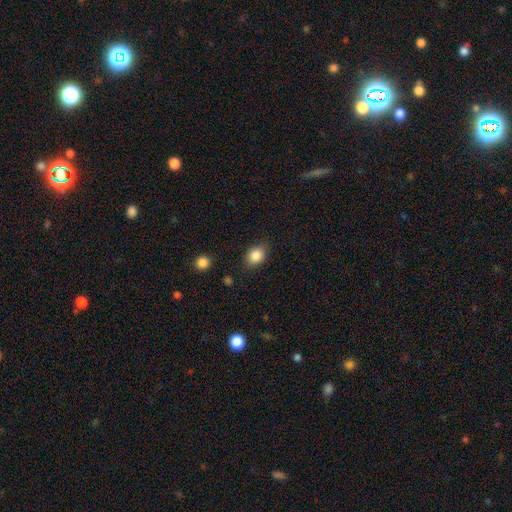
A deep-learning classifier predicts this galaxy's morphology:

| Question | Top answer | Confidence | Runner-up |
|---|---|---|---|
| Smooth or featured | smooth | 86% | star or artifact (9%) |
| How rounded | in between | 59% | round (40%) |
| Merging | none | 79% | minor disturbance (15%) |